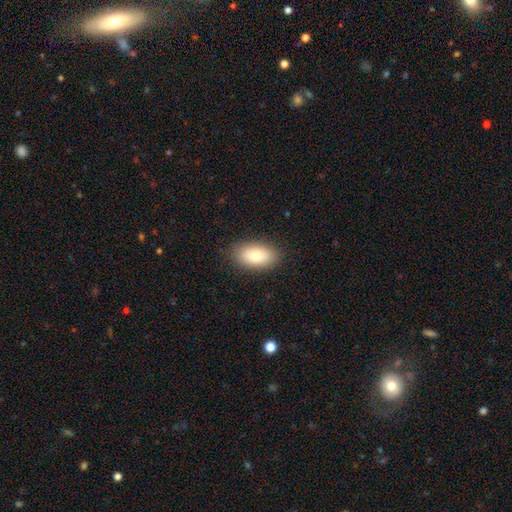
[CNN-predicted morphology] Smooth or featured?
  - smooth: 80% *
  - featured or disk: 13%
  - star or artifact: 7%
How rounded?
  - in between: 92% *
  - round: 5%
  - cigar-shaped: 2%
Merging?
  - none: 86% *
  - minor disturbance: 10%
  - major disturbance: 3%
  - merger: 1%